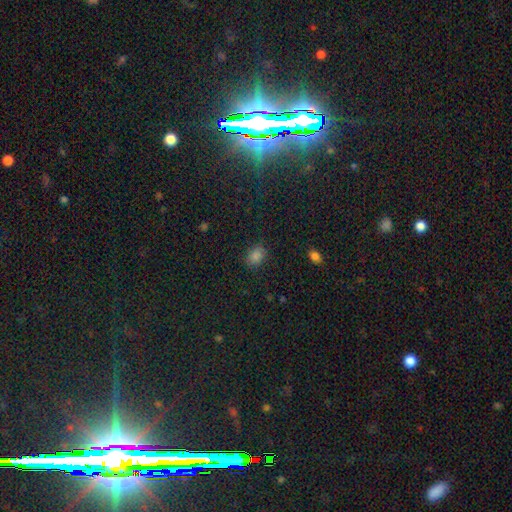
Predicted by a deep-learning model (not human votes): A smooth galaxy with no disk features (79%) that is in between round and cigar-shaped (62%).

Vote fractions:
- Smooth or featured? smooth: 79% / star or artifact: 16% / featured or disk: 5%
- How rounded? in between: 62% / round: 37% / cigar-shaped: 1%
- Merging? none: 81% / minor disturbance: 14% / major disturbance: 3% / merger: 2%